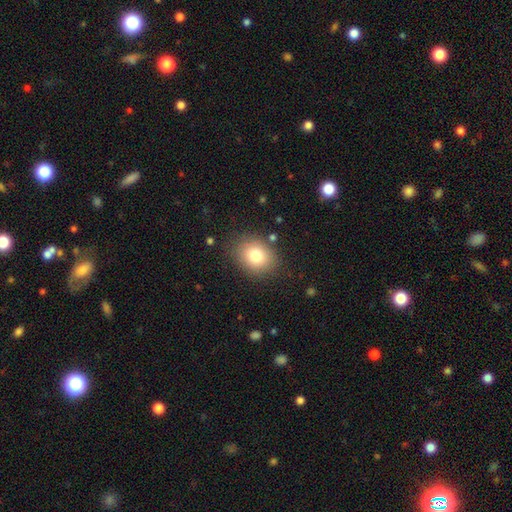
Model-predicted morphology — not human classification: type=smooth (78%); roundness=round (52%); merging=none (83%).